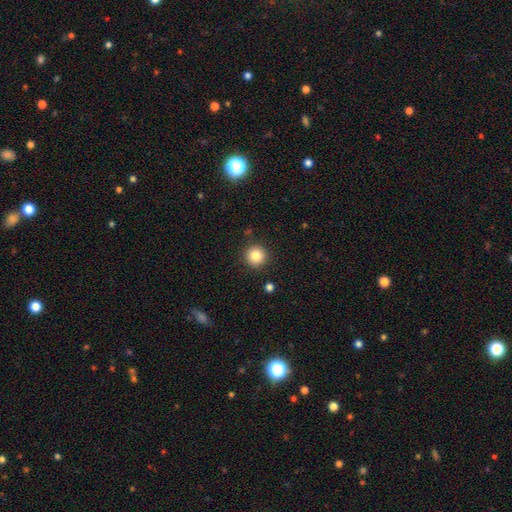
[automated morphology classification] smooth 84%, star or artifact 10%, featured or disk 6%. Down the decision tree: how rounded — round (95%); merging — none (90%).